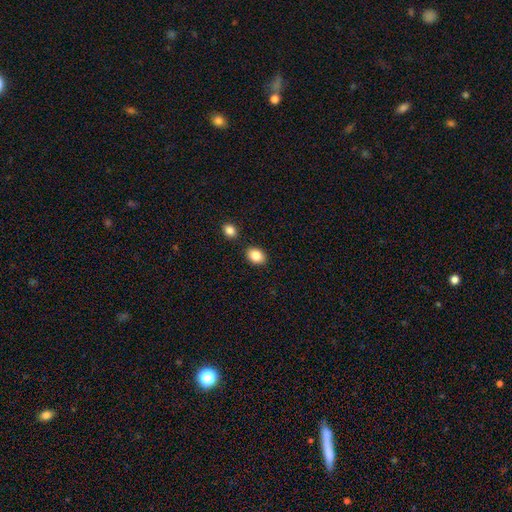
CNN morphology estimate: Smooth or featured?
  - smooth: 85% *
  - star or artifact: 8%
  - featured or disk: 6%
How rounded?
  - in between: 63% *
  - round: 36%
  - cigar-shaped: 1%
Merging?
  - none: 84% *
  - minor disturbance: 9%
  - merger: 5%
  - major disturbance: 2%